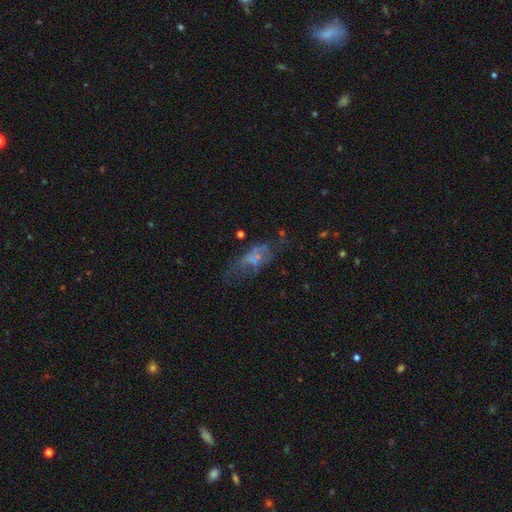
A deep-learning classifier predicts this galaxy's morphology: The model was most divided on "smooth or featured": featured or disk: 44%, smooth: 39%, star or artifact: 17%. Remaining: merging — none (42%).